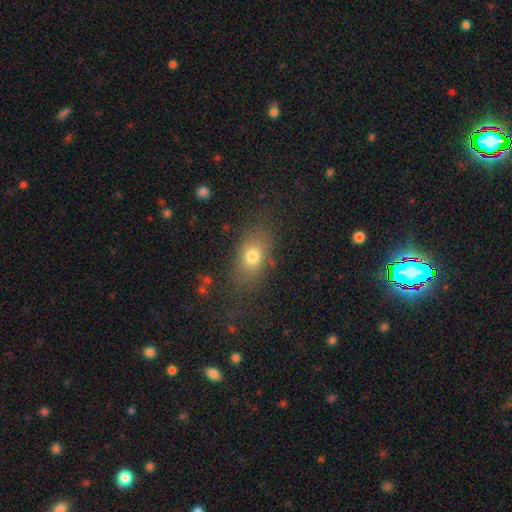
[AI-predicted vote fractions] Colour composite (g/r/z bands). It shows a smooth galaxy with no disk features (73%) that is in between round and cigar-shaped (71%). Merging: none (77%).